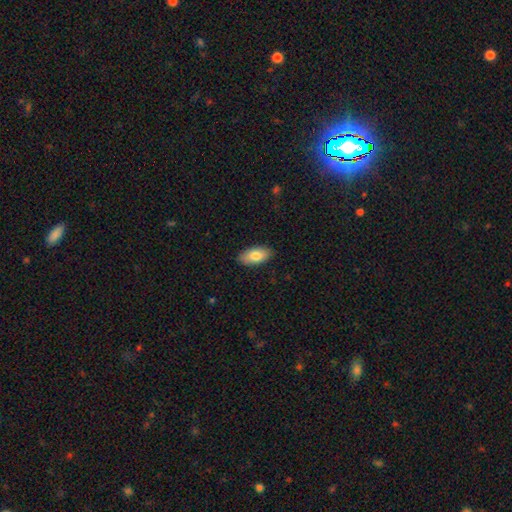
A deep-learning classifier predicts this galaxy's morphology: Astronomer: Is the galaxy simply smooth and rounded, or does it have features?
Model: smooth — 81%.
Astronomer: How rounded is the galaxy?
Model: in between — 91%.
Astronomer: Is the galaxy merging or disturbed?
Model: none — 88%.